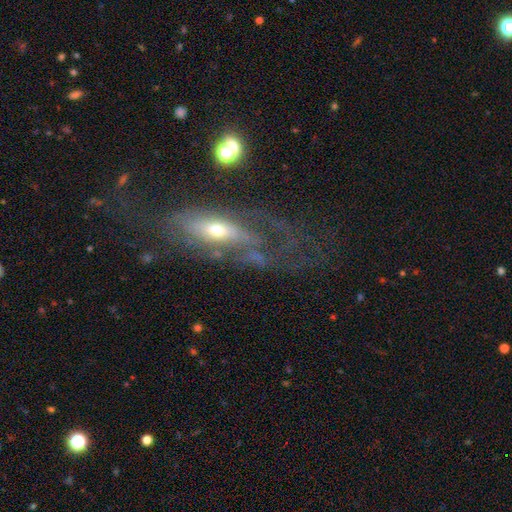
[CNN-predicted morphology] The model was most divided on "merging": none: 44%, major disturbance: 31%, minor disturbance: 20%, merger: 4%. More confident: edge-on disk — no (78%); smooth or featured — featured or disk (69%); bar — no (69%); spiral arms — yes (64%); bulge size — moderate (53%).